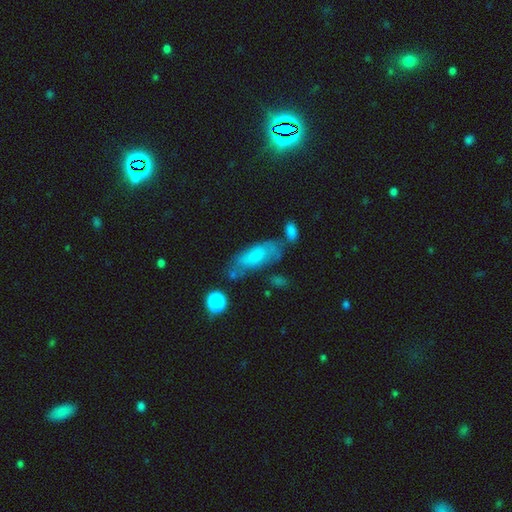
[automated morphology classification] Overall: smooth (64%; featured or disk 27%). How rounded: in between (74%). Merging: none (51%; minor disturbance 25%).